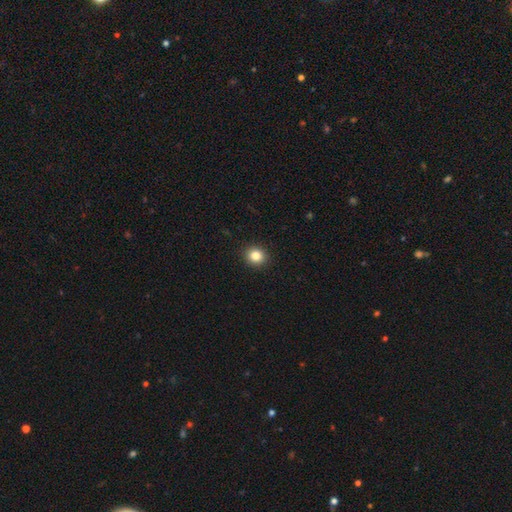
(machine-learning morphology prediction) Smooth or featured?
  - smooth: 84% *
  - star or artifact: 11%
  - featured or disk: 5%
How rounded?
  - round: 83% *
  - in between: 16%
  - cigar-shaped: 1%
Merging?
  - none: 92% *
  - minor disturbance: 5%
  - major disturbance: 2%
  - merger: 1%